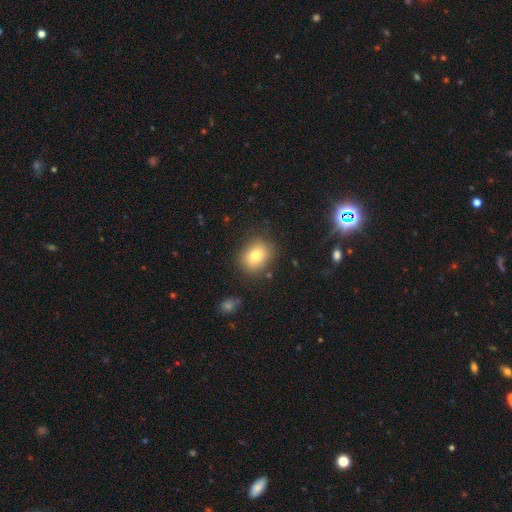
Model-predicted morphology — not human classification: The model was most divided on "how rounded": round: 58%, in between: 41%, cigar-shaped: 1%. More confident: merging — none (82%); smooth or featured — smooth (77%).